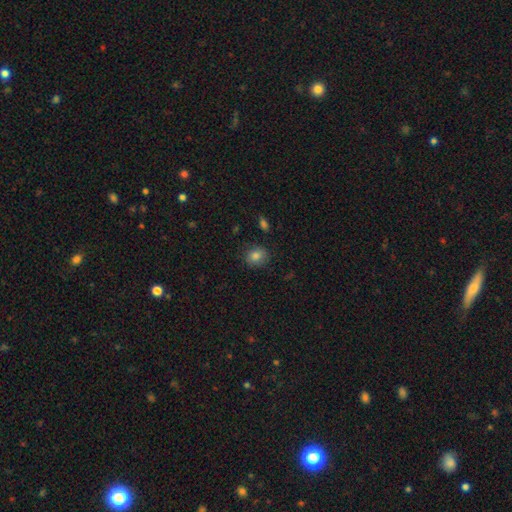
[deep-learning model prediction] Morphology: type=smooth (83%); roundness=round (71%); merging=none (84%).